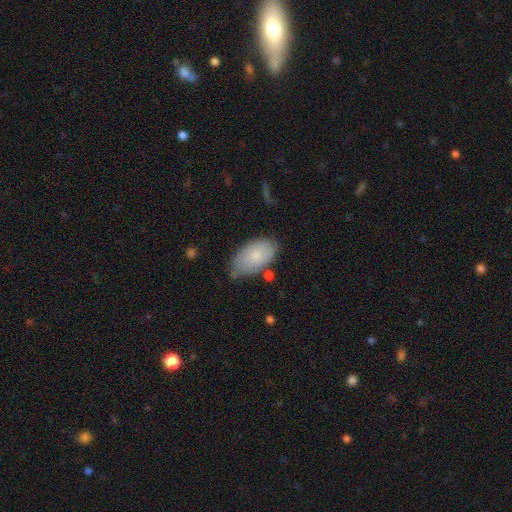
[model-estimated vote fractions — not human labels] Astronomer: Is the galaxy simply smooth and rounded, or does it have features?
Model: smooth — 82%.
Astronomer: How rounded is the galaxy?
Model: in between — 94%.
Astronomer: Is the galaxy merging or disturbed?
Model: none — 64%.